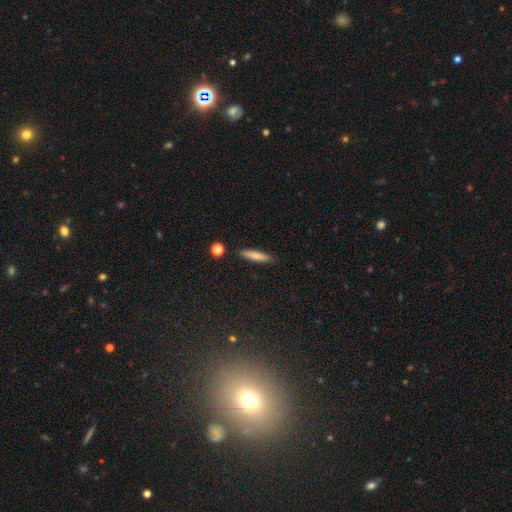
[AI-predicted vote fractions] The model was most divided on "smooth or featured": smooth: 77%, featured or disk: 15%, star or artifact: 8%. More confident: merging — none (88%); how rounded — cigar-shaped (87%).